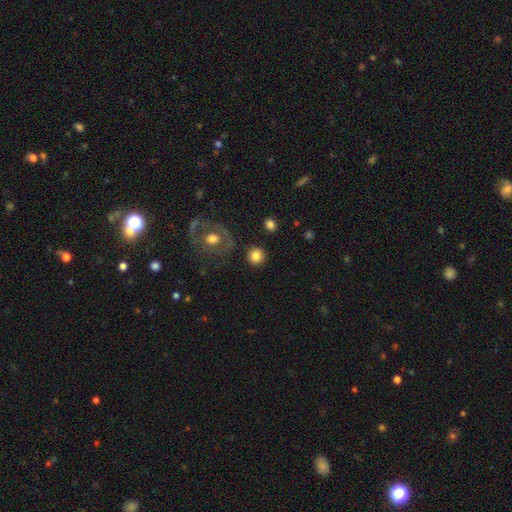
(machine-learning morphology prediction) A smooth galaxy with no disk features (82%) that is round (93%).

Vote fractions:
- Smooth or featured? smooth: 82% / star or artifact: 10% / featured or disk: 9%
- How rounded? round: 93% / in between: 6% / cigar-shaped: 1%
- Merging? none: 88% / minor disturbance: 7% / merger: 3% / major disturbance: 3%